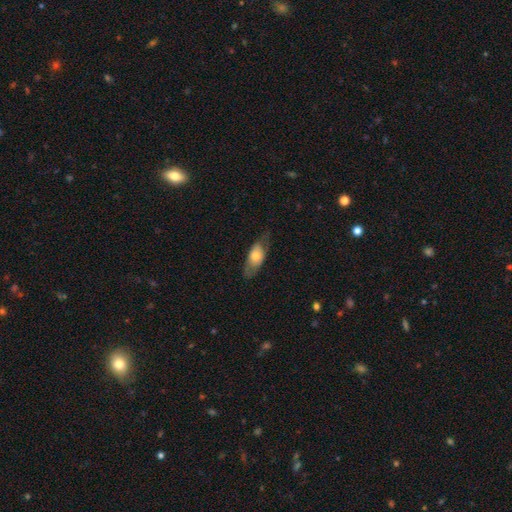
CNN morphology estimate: smooth-or-featured: smooth: 59% | featured or disk: 35% | star or artifact: 6%
  how-rounded: in between: 79% | cigar-shaped: 16% | round: 5%
  merging: none: 65% | minor disturbance: 23% | major disturbance: 11% | merger: 1%